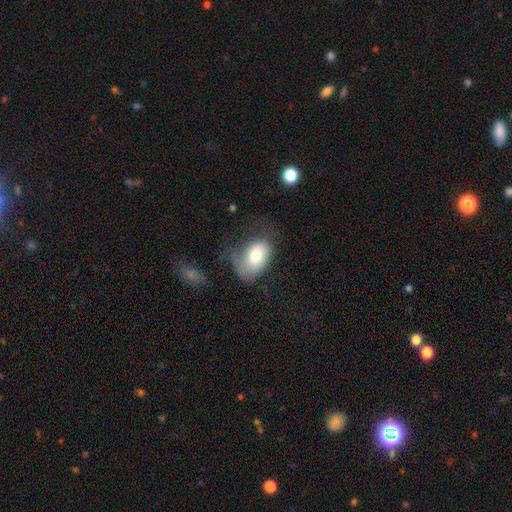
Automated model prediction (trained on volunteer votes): Smooth or featured?
  - smooth: 76% *
  - featured or disk: 17%
  - star or artifact: 7%
How rounded?
  - in between: 87% *
  - round: 12%
  - cigar-shaped: 1%
Merging?
  - none: 37% *
  - minor disturbance: 31%
  - major disturbance: 28%
  - merger: 3%